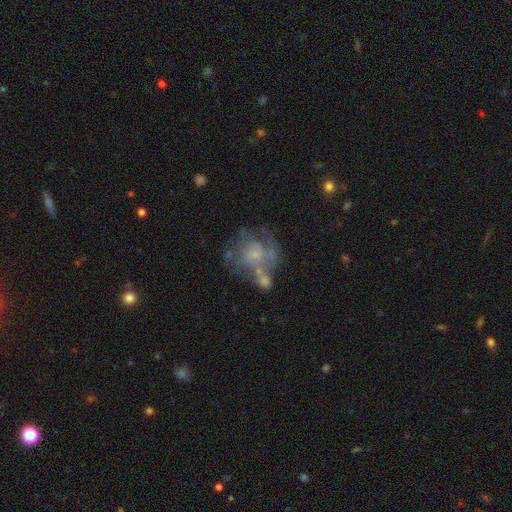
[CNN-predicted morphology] Smooth or featured? featured or disk (64%)
Edge-on disk? no (98%)
Bar? no (77%)
Spiral arms? yes (56%)
Bulge size? small (55%)
Merging? none (37%)